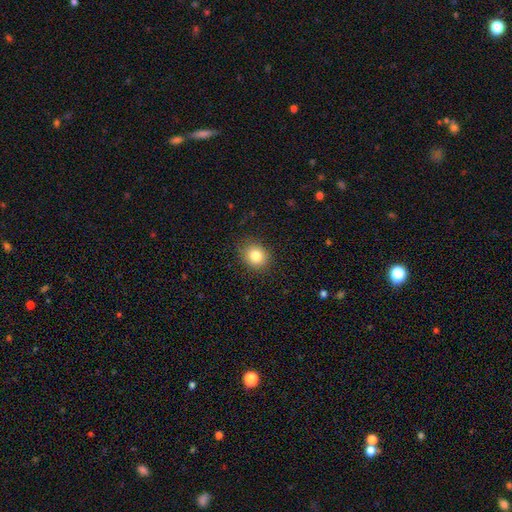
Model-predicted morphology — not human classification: Overall: smooth (83%). How rounded: round (74%). Merging: none (85%).